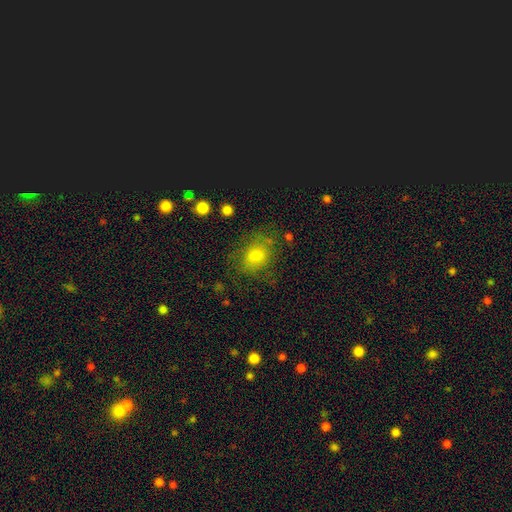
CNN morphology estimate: smooth 67%, featured or disk 22%, star or artifact 11%. Down the decision tree: how rounded — in between (50%); merging — none (62%).